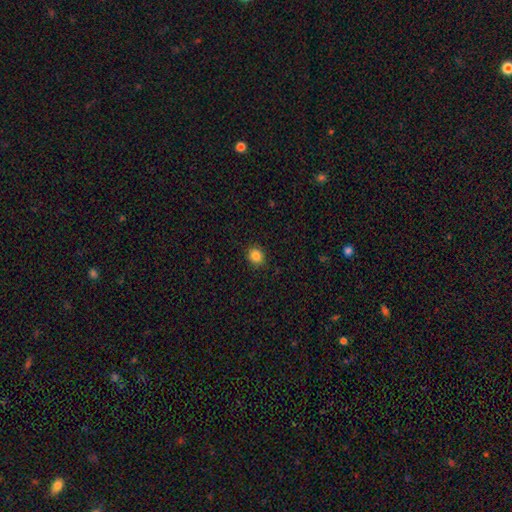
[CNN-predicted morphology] Smooth or featured? smooth (86%)
How rounded? round (79%)
Merging? none (90%)